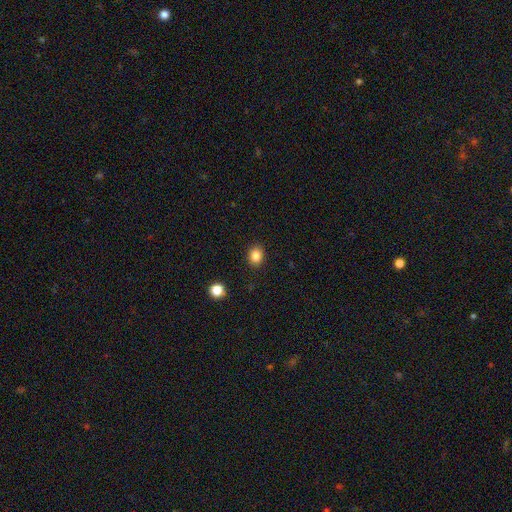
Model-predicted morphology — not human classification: Overall: smooth (84%). How rounded: round (53%; in between 46%). Merging: none (89%).